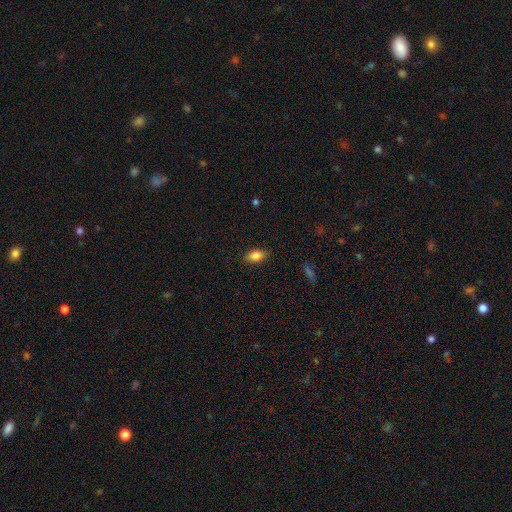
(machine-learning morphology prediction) type=smooth (85%); roundness=in between (89%); merging=none (86%).